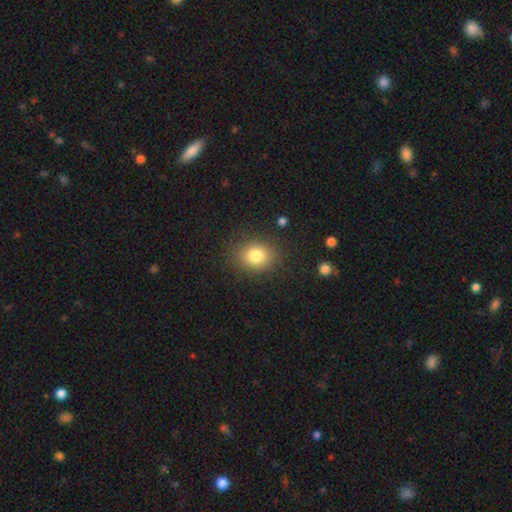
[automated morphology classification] Smooth or featured: smooth — 80% (star or artifact — 11%)
How rounded: round — 58% (in between — 41%)
Merging: none — 85% (minor disturbance — 10%)